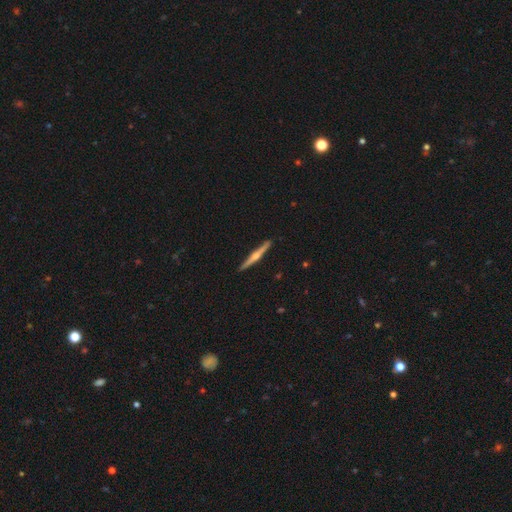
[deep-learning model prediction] Smooth or featured? Predicted: featured or disk (p=0.75). Edge-on disk? Predicted: yes (p=0.98). Edge-on bulge? Predicted: rounded (p=0.87). Merging? Predicted: none (p=0.92).